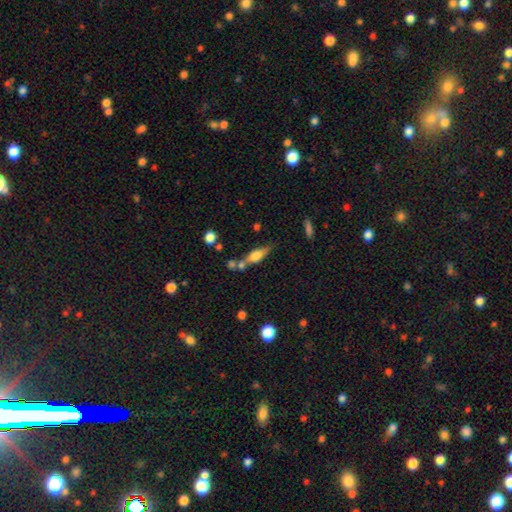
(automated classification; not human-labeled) smooth 50%, featured or disk 41%, star or artifact 8%. Down the decision tree: how rounded — cigar-shaped (50%); merging — none (56%).